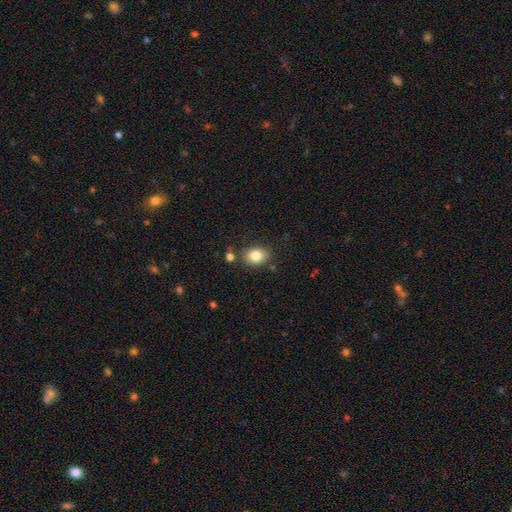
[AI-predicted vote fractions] smooth-or-featured: smooth: 82% | star or artifact: 9% | featured or disk: 8%
  how-rounded: in between: 64% | round: 35% | cigar-shaped: 1%
  merging: none: 79% | minor disturbance: 12% | merger: 5% | major disturbance: 3%